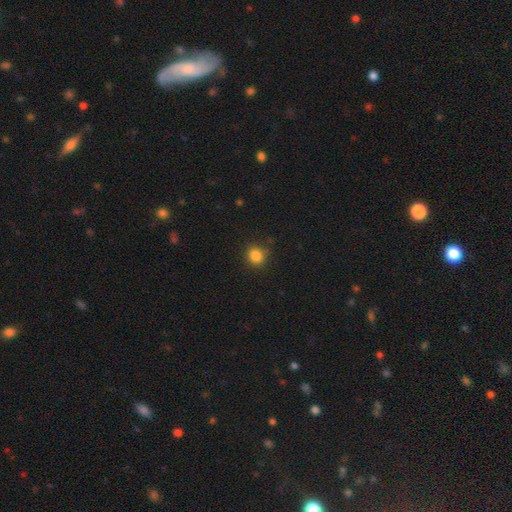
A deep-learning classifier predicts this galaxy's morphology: Smooth or featured?
  - smooth: 84% *
  - star or artifact: 12%
  - featured or disk: 4%
How rounded?
  - round: 82% *
  - in between: 17%
  - cigar-shaped: 1%
Merging?
  - none: 85% *
  - minor disturbance: 11%
  - major disturbance: 3%
  - merger: 2%